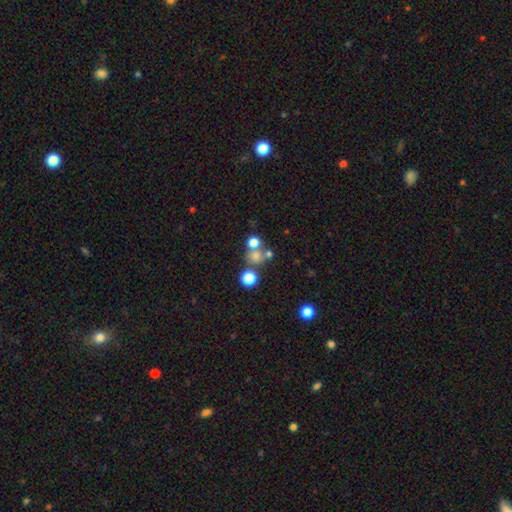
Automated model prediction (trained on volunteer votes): smooth 66%, star or artifact 21%, featured or disk 13%. Down the decision tree: how rounded — round (88%); merging — none (54%).